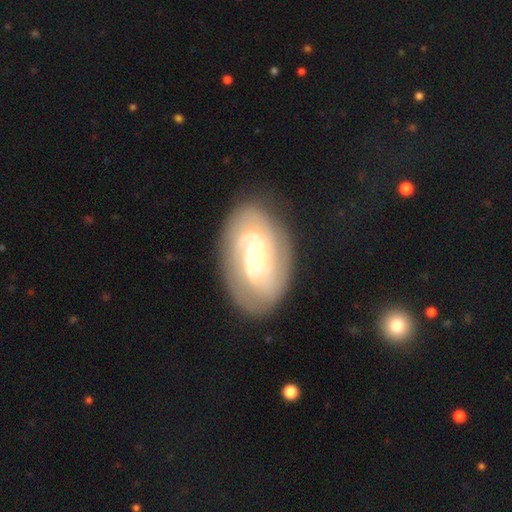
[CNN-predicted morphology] Smooth or featured: featured or disk — 84% (smooth — 10%)
Edge-on disk: no — 97% (yes — 3%)
Bar: no — 66% (weak — 27%)
Spiral arms: yes — 95% (no — 5%)
Spiral winding: tight — 63% (medium — 29%)
Spiral arm count: 2 — 36% (can't tell — 25%)
Bulge size: small — 62% (moderate — 34%)
Merging: none — 79% (minor disturbance — 14%)